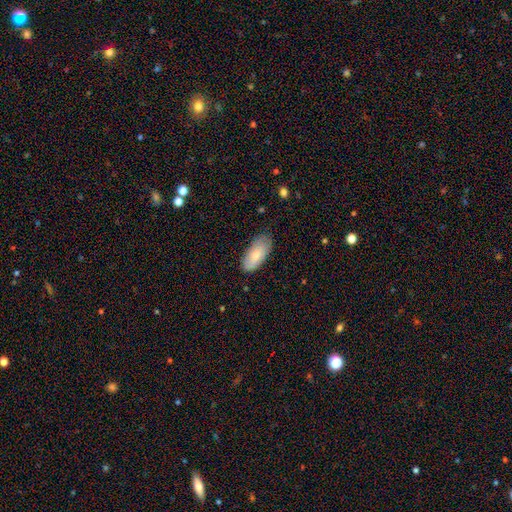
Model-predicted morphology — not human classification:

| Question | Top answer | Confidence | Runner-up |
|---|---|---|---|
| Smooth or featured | smooth | 74% | featured or disk (20%) |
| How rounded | in between | 91% | cigar-shaped (7%) |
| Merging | none | 76% | minor disturbance (19%) |